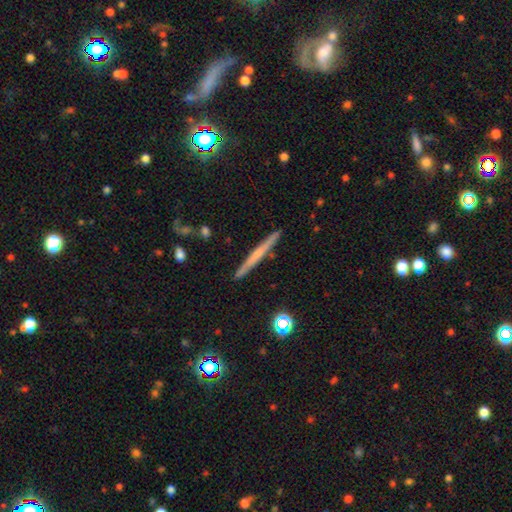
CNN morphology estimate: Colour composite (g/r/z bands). It shows a featured or disk galaxy (48%). Merging: none (90%).